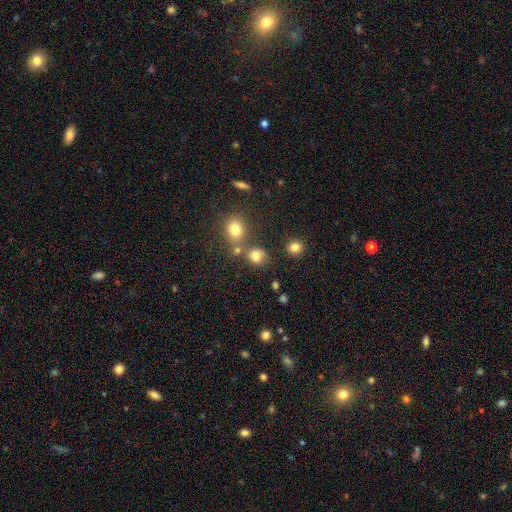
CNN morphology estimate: type=smooth (76%); roundness=round (64%); merging=none (59%).